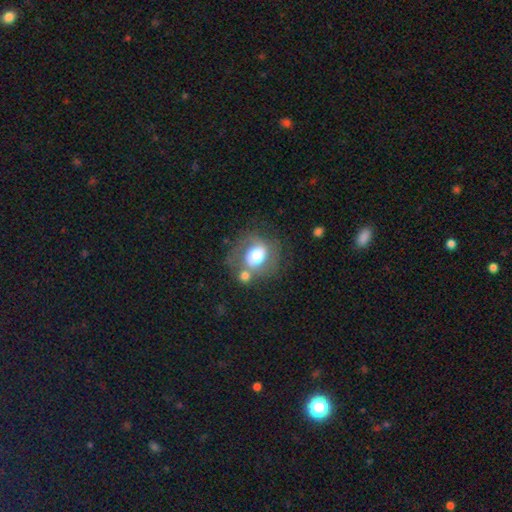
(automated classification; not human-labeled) The model was most divided on "smooth or featured": smooth: 48%, featured or disk: 38%, star or artifact: 13%. More confident: merging — none (60%).